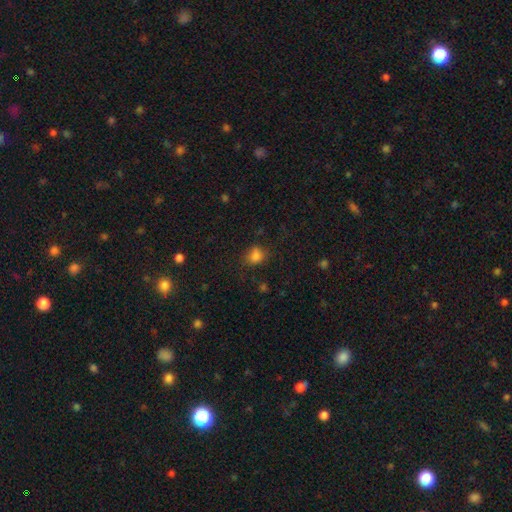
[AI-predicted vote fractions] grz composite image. It shows a smooth galaxy with no disk features (80%) that is round (52%). Merging: none (66%).